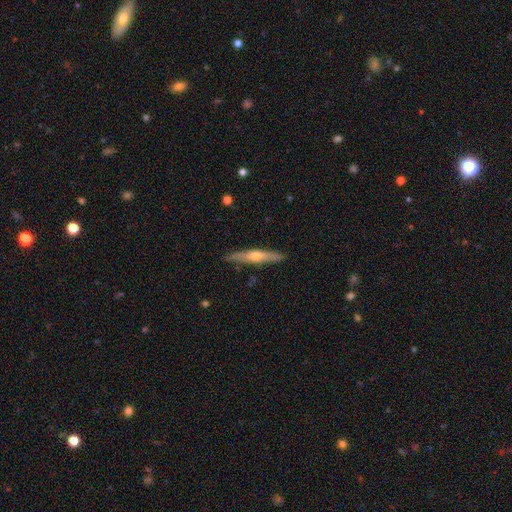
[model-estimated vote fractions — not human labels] This is likely a featured or disk galaxy (64%). It is clearly viewed edge-on (96%). Edge-on bulge: clearly rounded (87%). Merging: clearly none (89%).